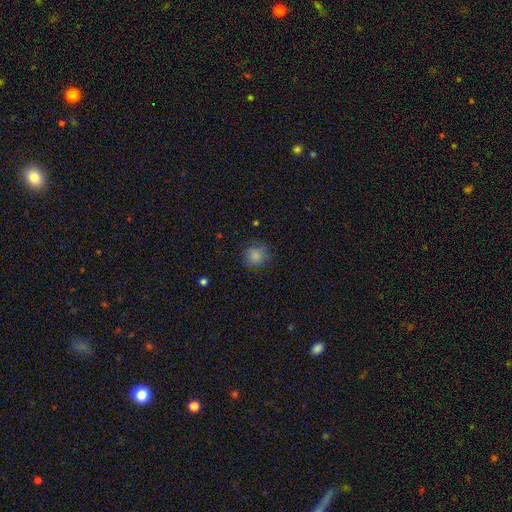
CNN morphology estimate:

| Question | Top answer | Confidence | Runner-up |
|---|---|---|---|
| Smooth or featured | smooth | 85% | star or artifact (10%) |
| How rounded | round | 89% | in between (10%) |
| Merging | none | 81% | minor disturbance (14%) |